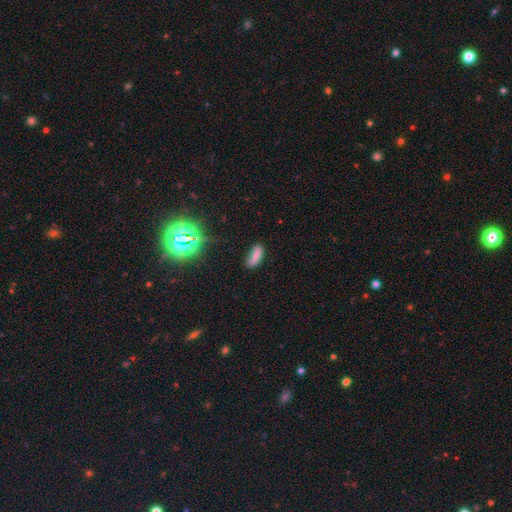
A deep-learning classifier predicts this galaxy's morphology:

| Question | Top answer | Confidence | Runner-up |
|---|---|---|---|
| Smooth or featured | smooth | 67% | star or artifact (17%) |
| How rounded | in between | 73% | cigar-shaped (23%) |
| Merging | none | 54% | minor disturbance (26%) |